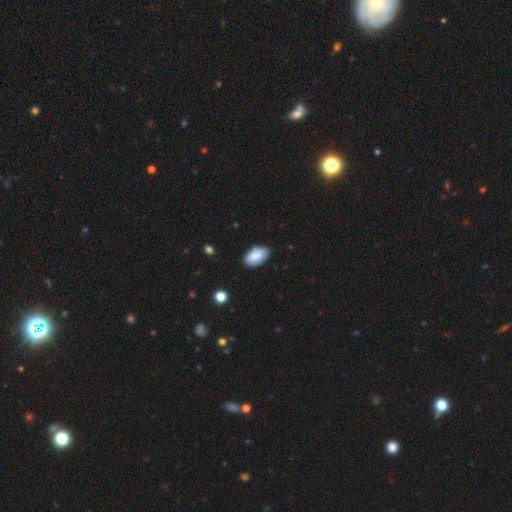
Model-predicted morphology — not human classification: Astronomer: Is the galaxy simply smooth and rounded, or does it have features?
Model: smooth — 86%.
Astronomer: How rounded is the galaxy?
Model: in between — 95%.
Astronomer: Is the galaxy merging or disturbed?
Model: none — 81%.